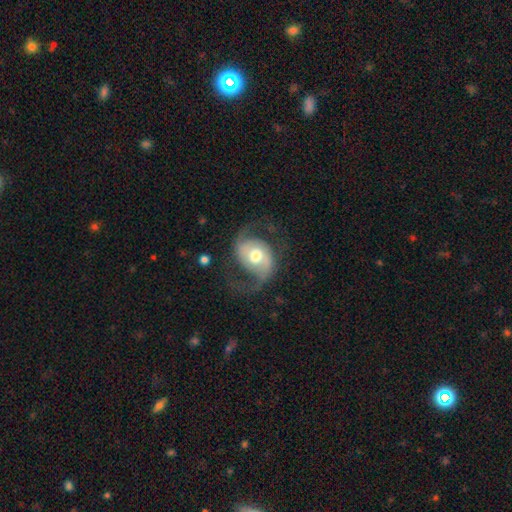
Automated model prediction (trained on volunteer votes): featured or disk 84%, smooth 10%, star or artifact 5%. Down the decision tree: edge-on disk — no (97%); bar — no (51%); spiral arms — yes (95%); spiral arm count — 2 (92%); spiral winding — medium (46%); bulge size — moderate (67%); merging — none (67%).